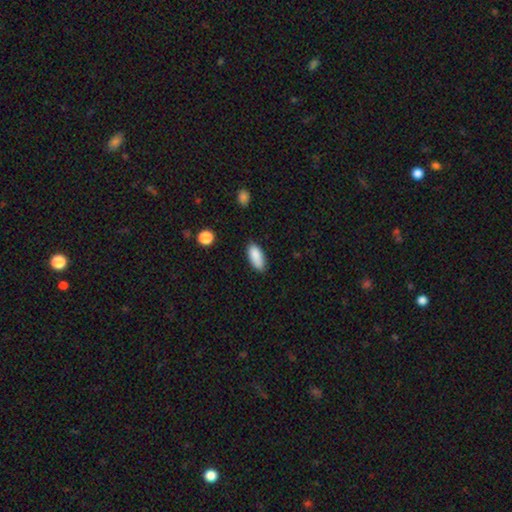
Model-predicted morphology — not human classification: Smooth or featured?
  - smooth: 88% *
  - star or artifact: 7%
  - featured or disk: 5%
How rounded?
  - in between: 86% *
  - cigar-shaped: 12%
  - round: 2%
Merging?
  - none: 80% *
  - minor disturbance: 15%
  - major disturbance: 3%
  - merger: 2%